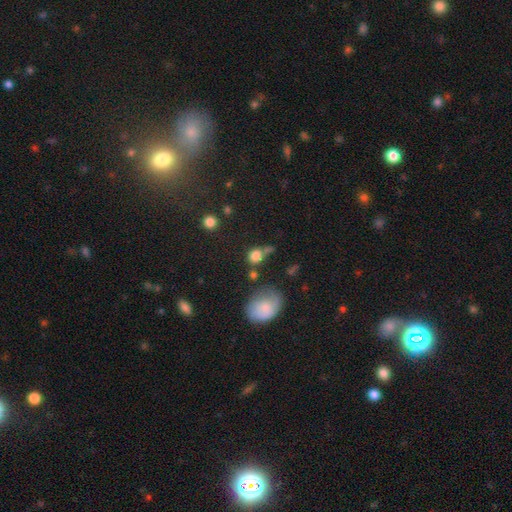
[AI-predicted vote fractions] smooth 80%, star or artifact 12%, featured or disk 8%. Down the decision tree: how rounded — round (73%); merging — none (50%).